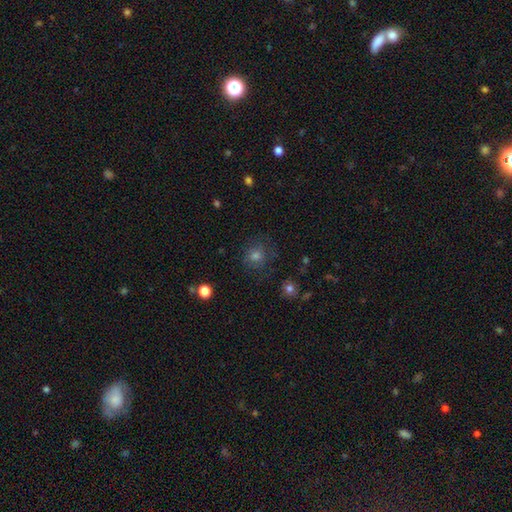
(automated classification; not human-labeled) smooth-or-featured: smooth: 57% | star or artifact: 27% | featured or disk: 16%
  how-rounded: round: 87% | in between: 12% | cigar-shaped: 1%
  merging: none: 78% | minor disturbance: 13% | major disturbance: 7% | merger: 2%